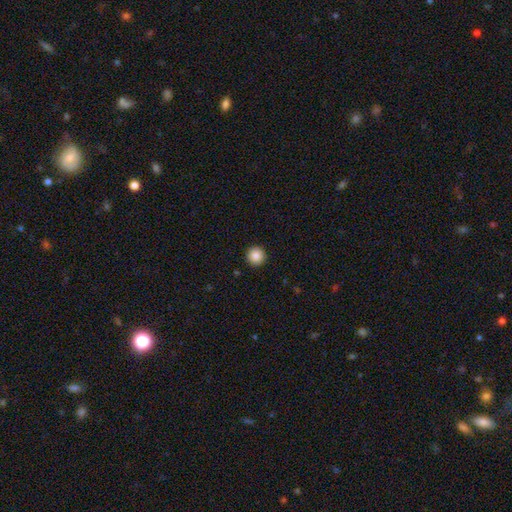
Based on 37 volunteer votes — Overall: smooth (95%). How rounded: round (94%). Merging: none (94%).